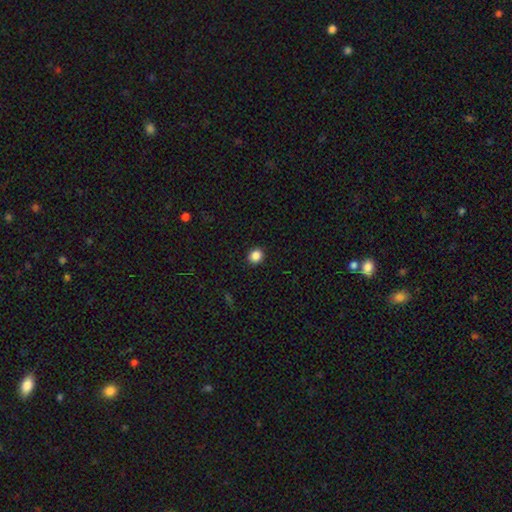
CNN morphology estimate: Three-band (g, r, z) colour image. It shows a smooth galaxy with no disk features (86%) that is round (82%). Merging: none (92%).